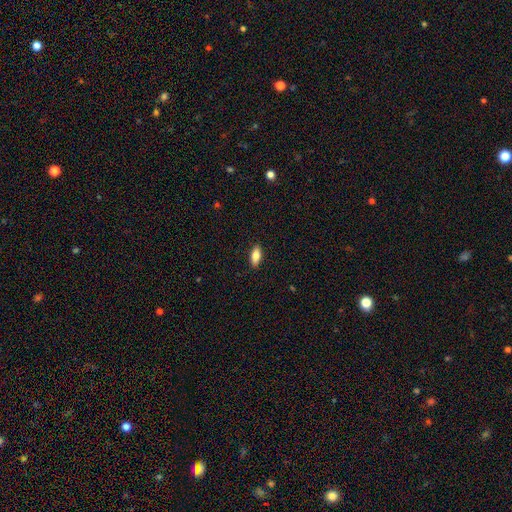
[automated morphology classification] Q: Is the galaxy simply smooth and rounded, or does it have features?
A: smooth — 79%.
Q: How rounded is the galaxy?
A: in between — 80%.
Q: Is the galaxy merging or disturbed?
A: none — 89%.